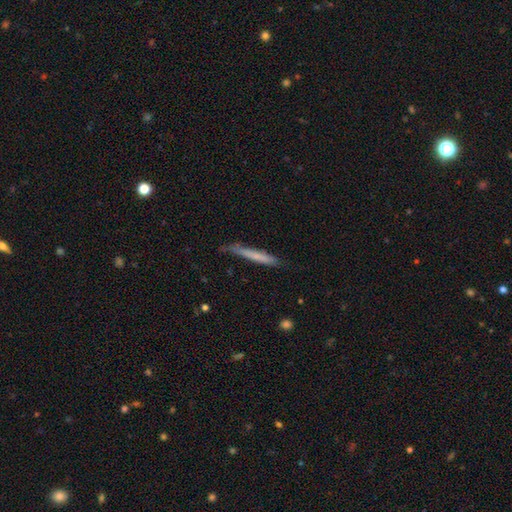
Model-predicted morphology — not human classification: Smooth or featured?
  - smooth: 60% *
  - featured or disk: 34%
  - star or artifact: 6%
How rounded?
  - cigar-shaped: 96% *
  - in between: 3%
  - round: 1%
Merging?
  - none: 78% *
  - minor disturbance: 17%
  - major disturbance: 3%
  - merger: 2%